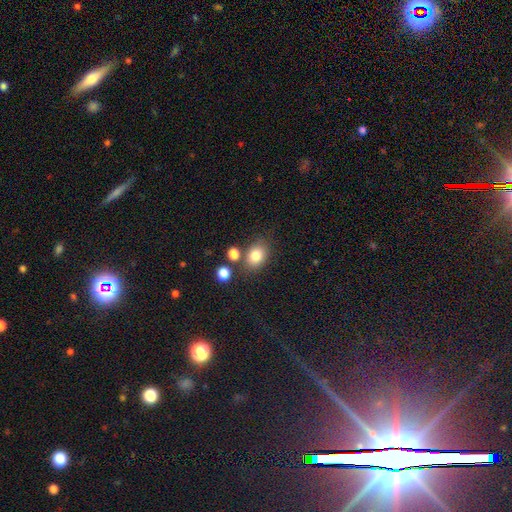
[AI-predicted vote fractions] Morphology: type=smooth (82%); roundness=in between (61%); merging=none (70%).